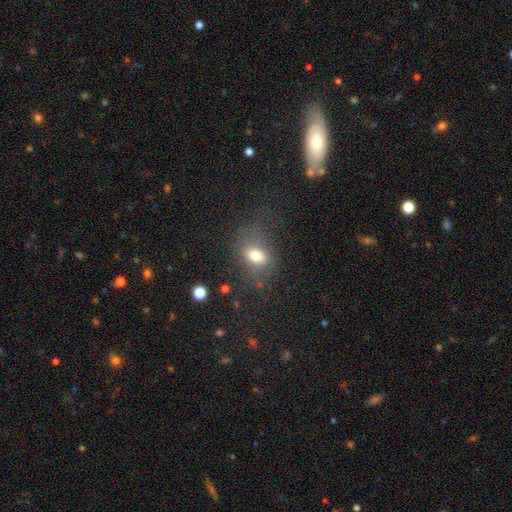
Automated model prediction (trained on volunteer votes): Morphology: type=smooth (73%); roundness=in between (73%); merging=none (52%).